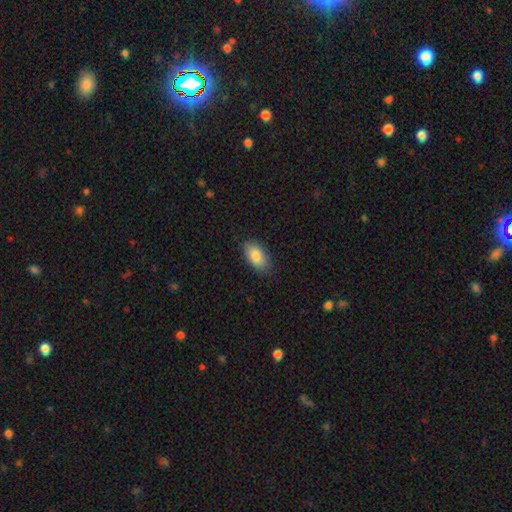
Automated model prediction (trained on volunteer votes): Smooth or featured?
  - smooth: 85% *
  - featured or disk: 8%
  - star or artifact: 7%
How rounded?
  - in between: 93% *
  - round: 4%
  - cigar-shaped: 3%
Merging?
  - none: 82% *
  - minor disturbance: 14%
  - major disturbance: 3%
  - merger: 1%